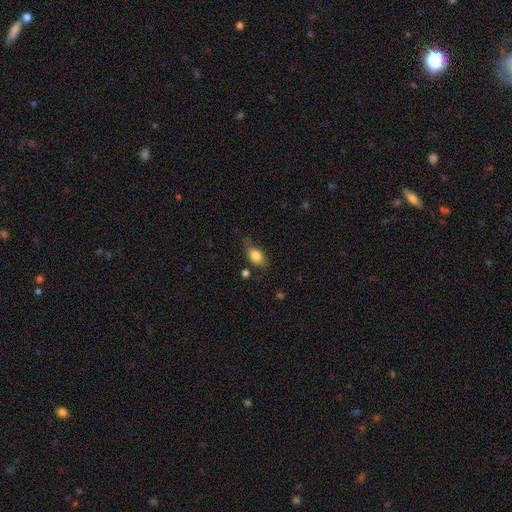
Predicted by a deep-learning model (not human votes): A smooth galaxy with no disk features (79%) that is in between round and cigar-shaped (83%).

Vote fractions:
- Smooth or featured? smooth: 79% / featured or disk: 13% / star or artifact: 7%
- How rounded? in between: 83% / round: 12% / cigar-shaped: 5%
- Merging? none: 66% / minor disturbance: 24% / major disturbance: 7% / merger: 3%